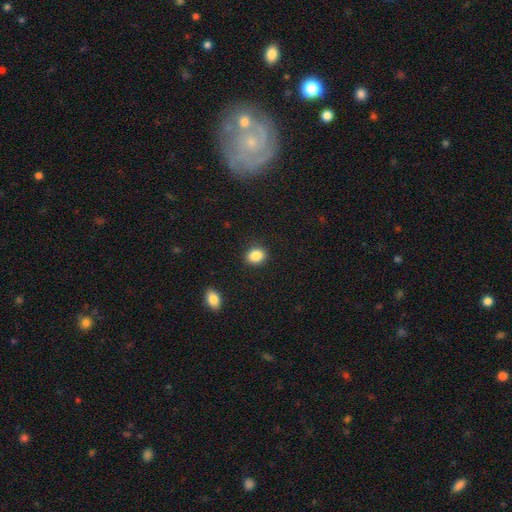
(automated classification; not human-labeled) This is clearly a smooth galaxy (87%). How rounded: possibly round (52%). Merging: clearly none (89%).